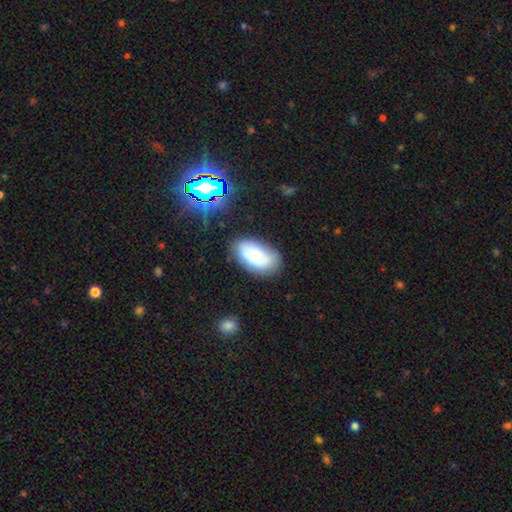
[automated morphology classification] Smooth or featured? smooth (66%)
How rounded? in between (93%)
Merging? none (76%)